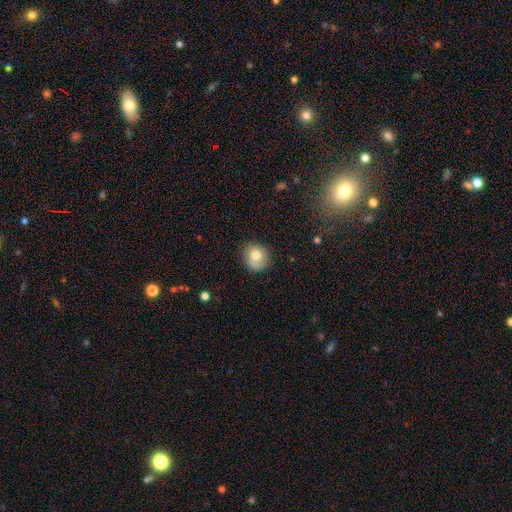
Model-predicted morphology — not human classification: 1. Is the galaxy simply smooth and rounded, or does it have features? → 76% smooth, 15% featured or disk, 10% star or artifact.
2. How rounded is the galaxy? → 86% round, 13% in between, 1% cigar-shaped.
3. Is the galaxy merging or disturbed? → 80% none, 15% minor disturbance, 3% major disturbance, 2% merger.